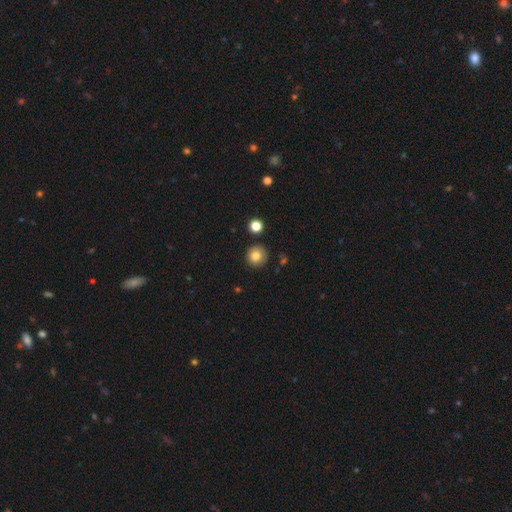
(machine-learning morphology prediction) Overall: smooth (81%). How rounded: round (93%). Merging: none (86%).